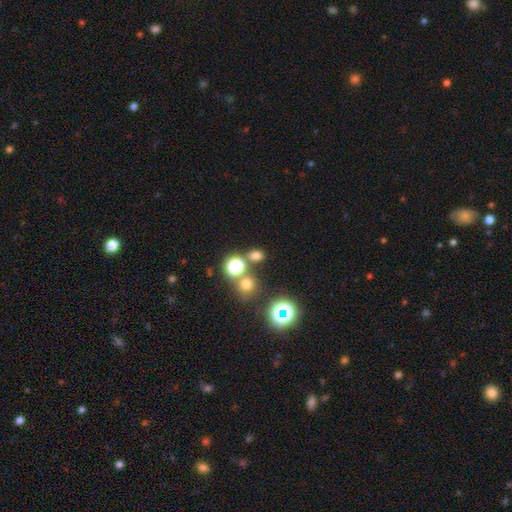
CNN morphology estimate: smooth_or_featured: smooth (p=0.65) [alt: star or artifact p=0.28]
how_rounded: round (p=0.57) [alt: in between p=0.42]
merging: none (p=0.72) [alt: merger p=0.15]